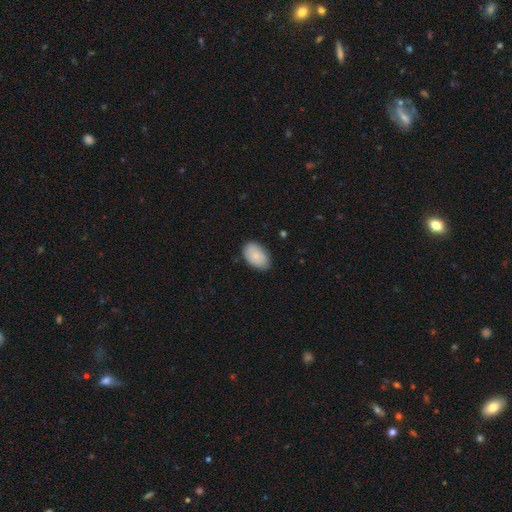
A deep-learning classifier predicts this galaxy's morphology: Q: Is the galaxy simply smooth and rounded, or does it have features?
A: smooth — 86%.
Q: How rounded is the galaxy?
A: in between — 93%.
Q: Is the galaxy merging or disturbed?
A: none — 85%.